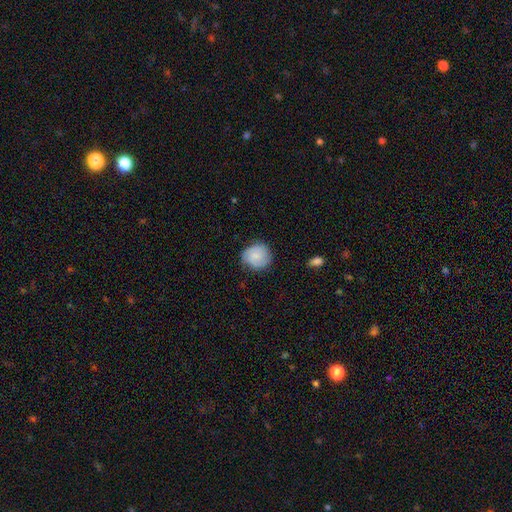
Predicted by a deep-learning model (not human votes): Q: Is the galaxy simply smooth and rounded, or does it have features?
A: smooth — 63%.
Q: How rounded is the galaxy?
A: round — 84%.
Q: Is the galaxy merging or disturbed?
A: none — 78%.